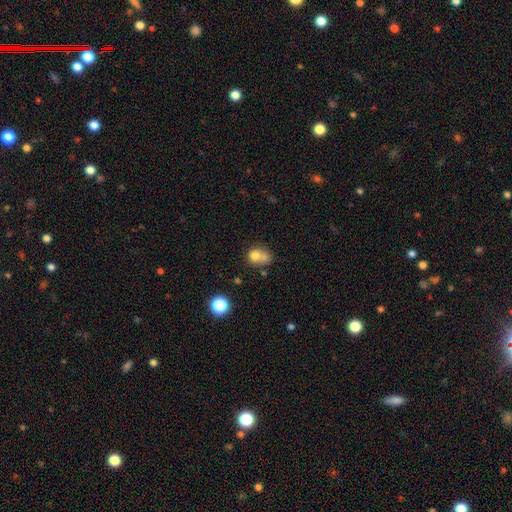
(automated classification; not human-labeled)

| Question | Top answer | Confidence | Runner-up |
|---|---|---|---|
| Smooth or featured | smooth | 72% | featured or disk (15%) |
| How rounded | round | 68% | in between (31%) |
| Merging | merger | 48% | none (32%) |